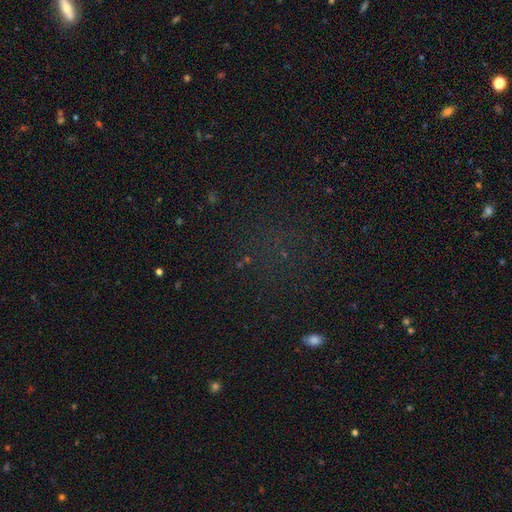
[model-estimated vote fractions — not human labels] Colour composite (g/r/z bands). It shows a star or artifact, not a galaxy (60%).